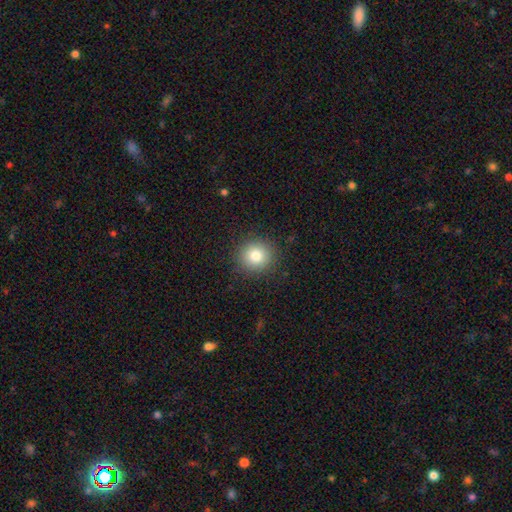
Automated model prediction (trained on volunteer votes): smooth-or-featured: smooth: 81% | star or artifact: 11% | featured or disk: 8%
  how-rounded: round: 90% | in between: 9% | cigar-shaped: 1%
  merging: none: 90% | minor disturbance: 7% | major disturbance: 2% | merger: 1%